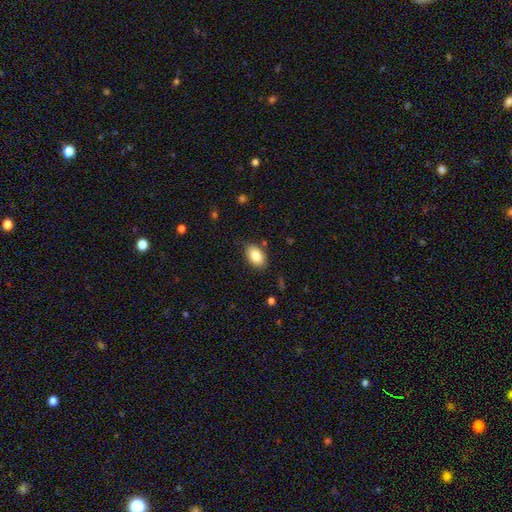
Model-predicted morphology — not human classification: smooth 84%, featured or disk 8%, star or artifact 7%. Down the decision tree: how rounded — in between (90%); merging — none (82%).